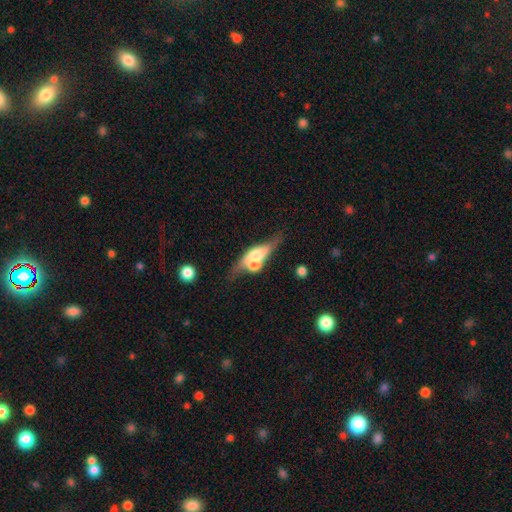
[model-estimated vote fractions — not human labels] A featured or disk galaxy (53%) viewed edge-on (59%). Merging: merger (46%).